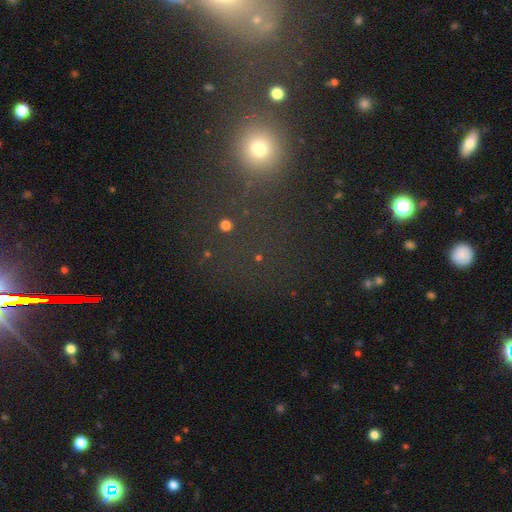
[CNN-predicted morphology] This is possibly a star or artifact rather than a galaxy (50%).